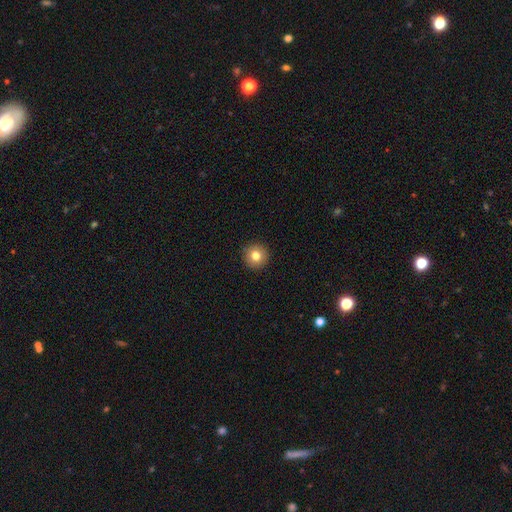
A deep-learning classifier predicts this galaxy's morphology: This appears to be a smooth galaxy with no disk features (80%) that is round (95%). Merging: none (92%).